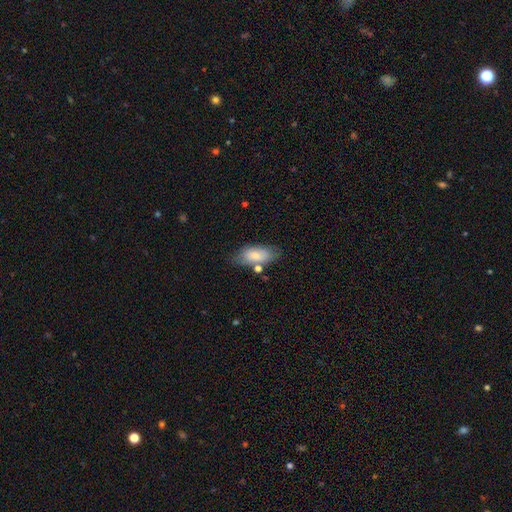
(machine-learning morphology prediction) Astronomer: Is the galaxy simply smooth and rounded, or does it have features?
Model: smooth — 75%.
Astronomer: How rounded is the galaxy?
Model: in between — 88%.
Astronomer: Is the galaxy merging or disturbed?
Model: none — 66%.